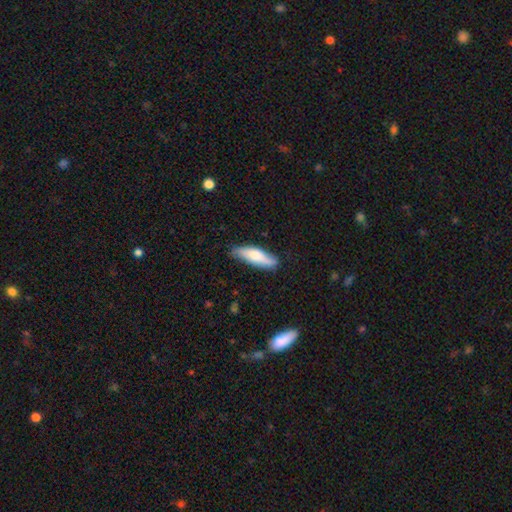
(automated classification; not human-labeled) Smooth or featured? smooth (68%)
How rounded? cigar-shaped (54%)
Merging? none (76%)